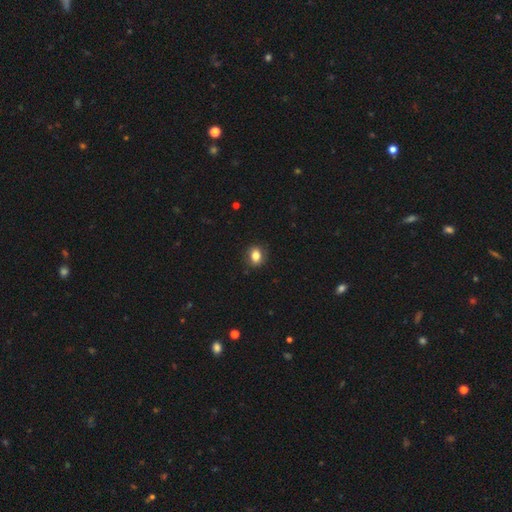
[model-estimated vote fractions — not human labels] Overall: smooth (82%). How rounded: in between (54%; round 45%). Merging: none (84%).